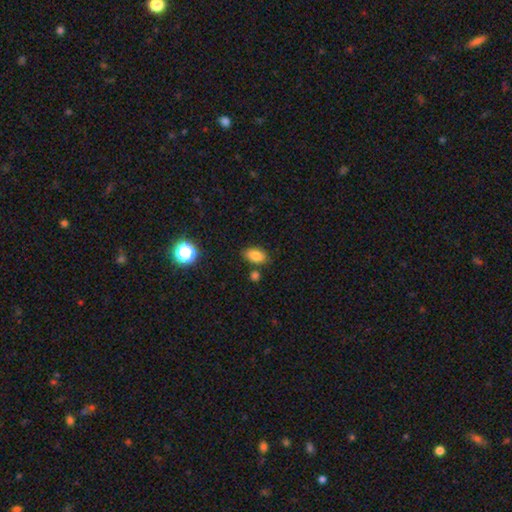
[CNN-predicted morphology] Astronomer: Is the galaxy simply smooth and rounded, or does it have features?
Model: smooth — 83%.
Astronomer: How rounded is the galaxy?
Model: in between — 88%.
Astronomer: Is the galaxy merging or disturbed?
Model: none — 78%.